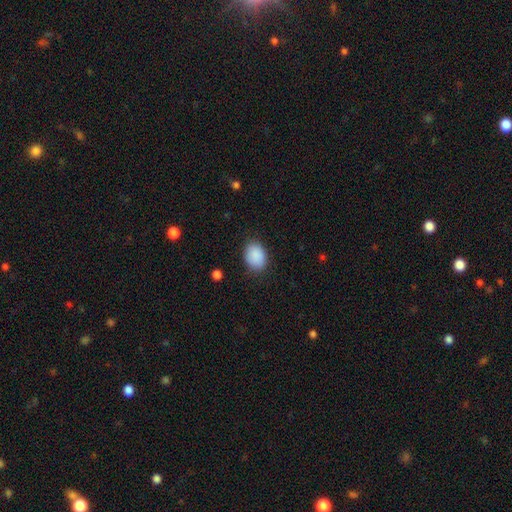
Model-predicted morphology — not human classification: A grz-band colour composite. It shows a smooth galaxy with no disk features (90%) that is in between round and cigar-shaped (72%). Merging: none (84%).